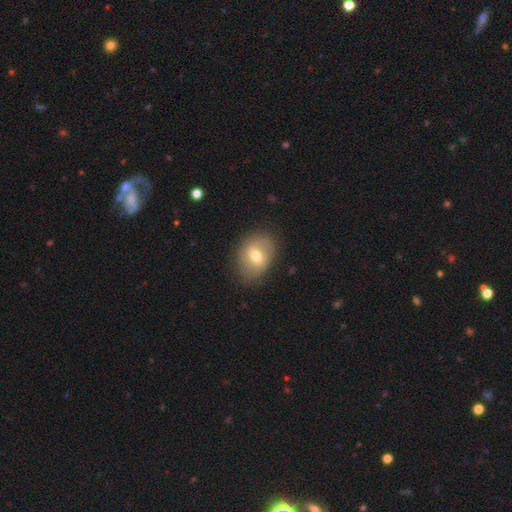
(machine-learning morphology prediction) Smooth or featured? Predicted: smooth (p=0.58). How rounded? Predicted: in between (p=0.62). Merging? Predicted: none (p=0.81).